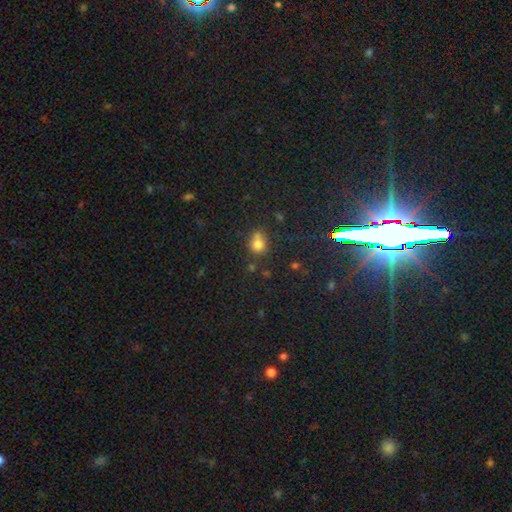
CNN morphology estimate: This is likely a star or artifact rather than a galaxy (67%).